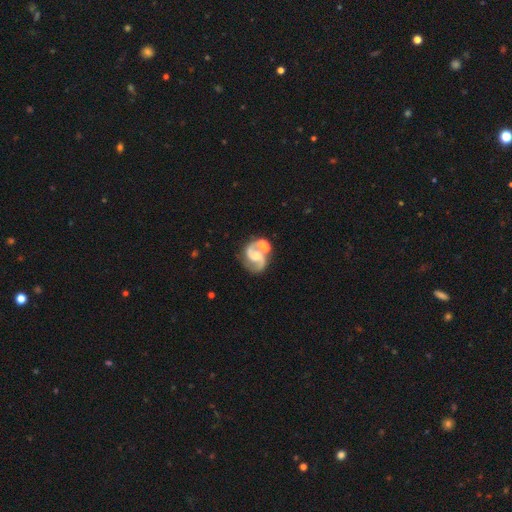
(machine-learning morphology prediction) Smooth or featured? featured or disk (87%)
Edge-on disk? no (98%)
Bar? no (47%)
Spiral arms? yes (97%)
Spiral winding? medium (57%)
Spiral arm count? 2 (92%)
Bulge size? small (40%)
Merging? none (50%)